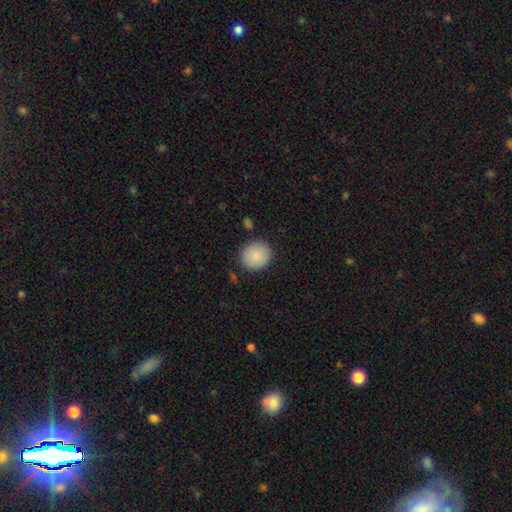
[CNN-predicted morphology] Q: Smooth or featured?
A: smooth (87%); runner-up: star or artifact (7%)
Q: How rounded?
A: round (82%); runner-up: in between (17%)
Q: Merging?
A: none (85%); runner-up: minor disturbance (10%)